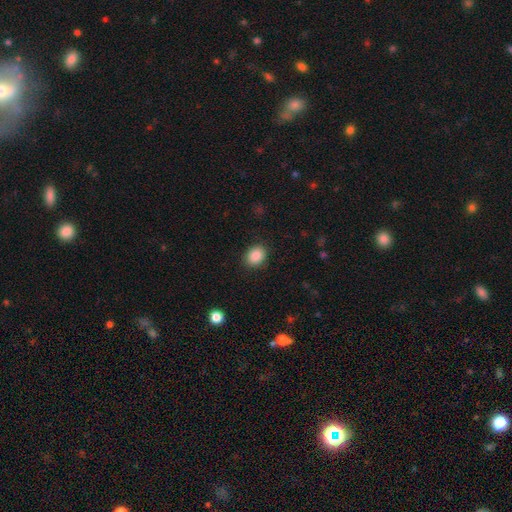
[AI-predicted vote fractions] Q: Smooth or featured?
A: smooth (88%); runner-up: star or artifact (8%)
Q: How rounded?
A: in between (58%); runner-up: round (41%)
Q: Merging?
A: none (88%); runner-up: minor disturbance (9%)